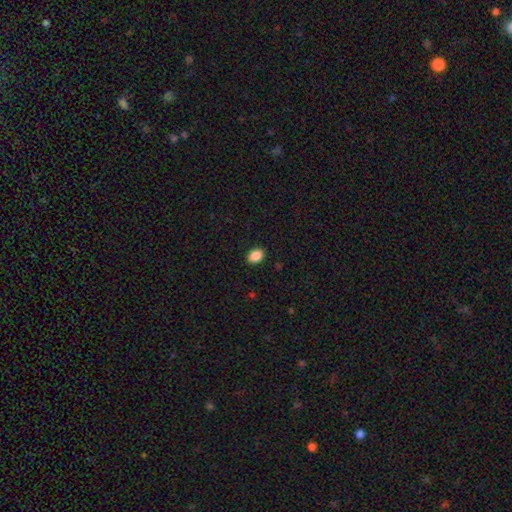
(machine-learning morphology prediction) type=smooth (89%); roundness=in between (77%); merging=none (91%).